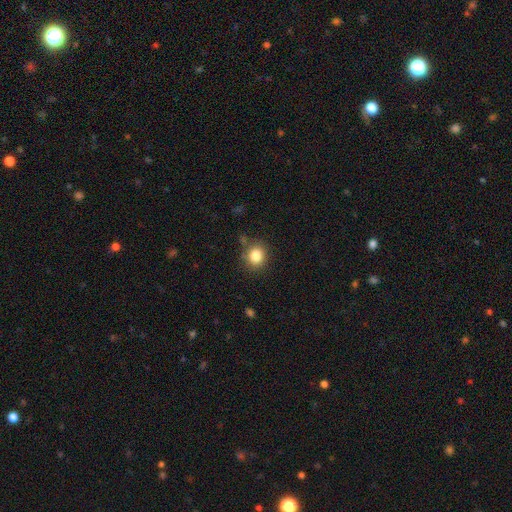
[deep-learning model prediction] Morphology: type=smooth (84%); roundness=round (78%); merging=none (81%).